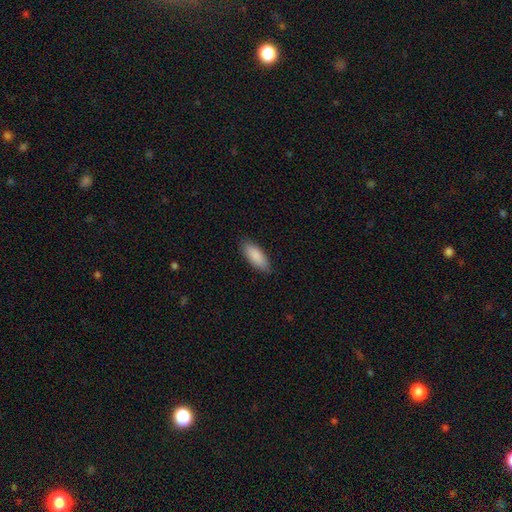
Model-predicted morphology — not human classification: This is clearly a smooth galaxy (89%). How rounded: likely in between (75%). Merging: clearly none (86%).